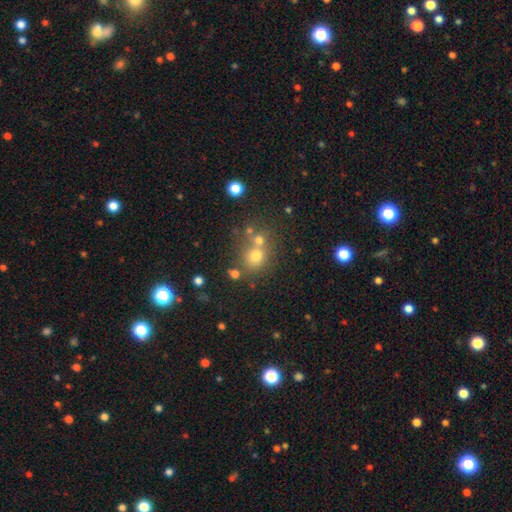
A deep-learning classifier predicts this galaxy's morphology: Smooth or featured? Predicted: smooth (p=0.68). How rounded? Predicted: round (p=0.83). Merging? Predicted: none (p=0.55).